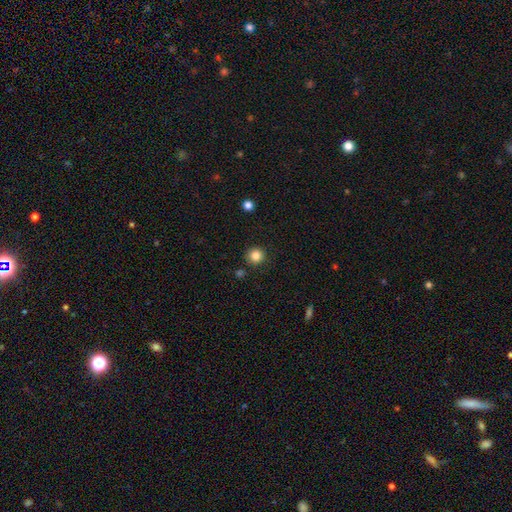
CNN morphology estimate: Smooth or featured?
  - smooth: 85% *
  - star or artifact: 11%
  - featured or disk: 4%
How rounded?
  - round: 94% *
  - in between: 5%
  - cigar-shaped: 1%
Merging?
  - none: 88% *
  - minor disturbance: 7%
  - merger: 3%
  - major disturbance: 2%